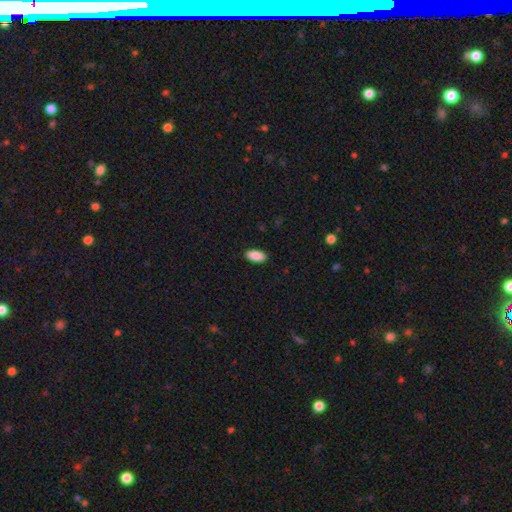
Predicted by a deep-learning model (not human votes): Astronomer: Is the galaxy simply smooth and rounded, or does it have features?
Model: smooth — 89%.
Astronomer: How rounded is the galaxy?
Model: in between — 90%.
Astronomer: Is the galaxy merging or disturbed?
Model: none — 90%.